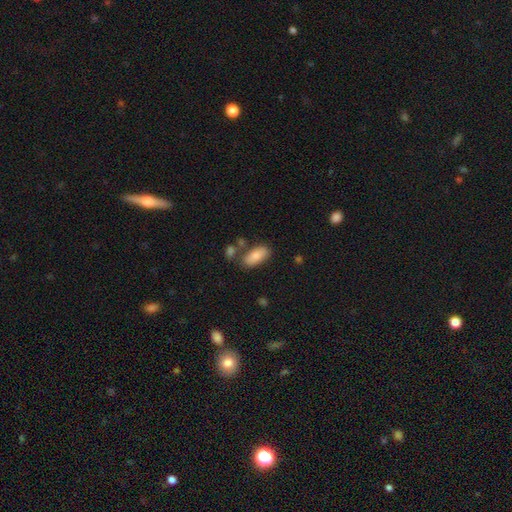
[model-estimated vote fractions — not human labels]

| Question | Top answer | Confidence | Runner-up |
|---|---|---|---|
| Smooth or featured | smooth | 83% | featured or disk (11%) |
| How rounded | in between | 89% | cigar-shaped (9%) |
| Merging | none | 68% | minor disturbance (15%) |